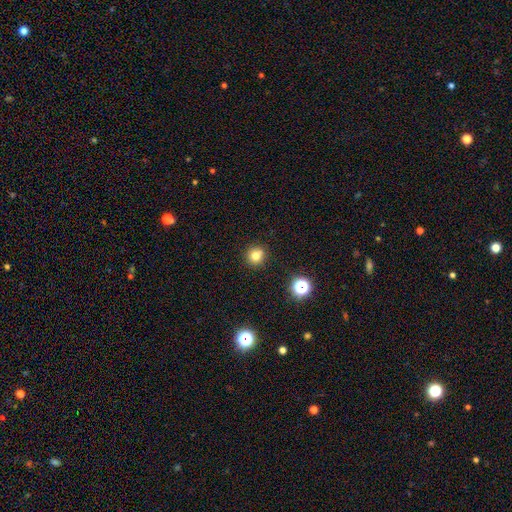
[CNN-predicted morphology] The model was most divided on "smooth or featured": smooth: 77%, star or artifact: 15%, featured or disk: 7%. More confident: how rounded — round (92%); merging — none (88%).